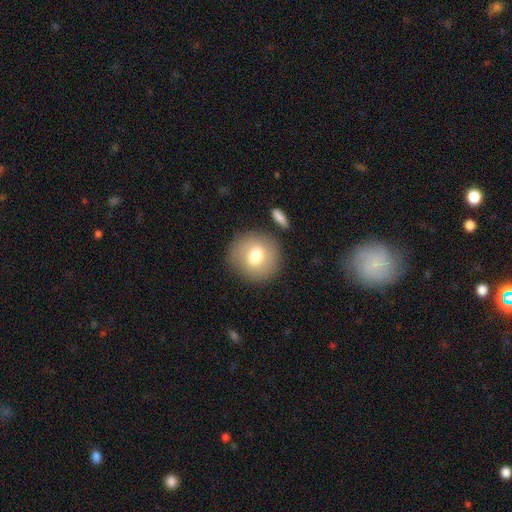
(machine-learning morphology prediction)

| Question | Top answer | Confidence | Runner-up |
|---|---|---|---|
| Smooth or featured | smooth | 72% | featured or disk (19%) |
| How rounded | round | 90% | in between (9%) |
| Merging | none | 84% | minor disturbance (9%) |